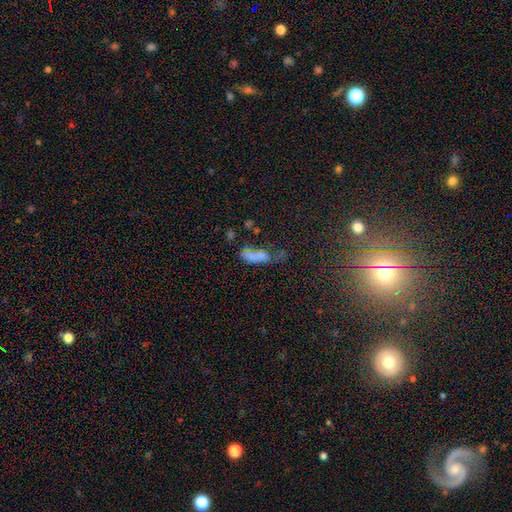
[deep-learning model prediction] A smooth galaxy with no disk features (68%) that is in between round and cigar-shaped (65%). Merging: none (37%).